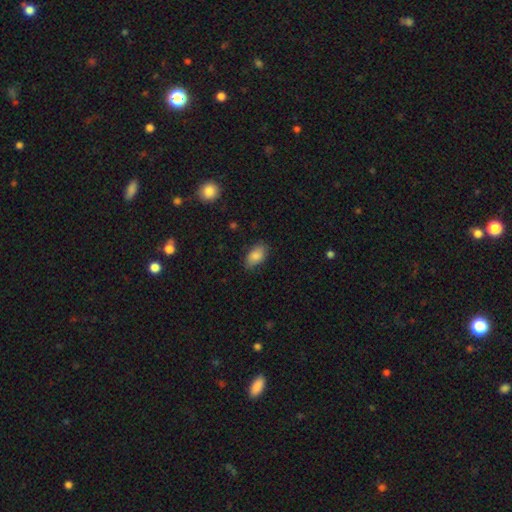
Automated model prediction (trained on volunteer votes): A smooth galaxy with no disk features (86%) that is in between round and cigar-shaped (92%).

Vote fractions:
- Smooth or featured? smooth: 86% / featured or disk: 7% / star or artifact: 7%
- How rounded? in between: 92% / round: 5% / cigar-shaped: 3%
- Merging? none: 81% / minor disturbance: 15% / major disturbance: 3% / merger: 1%